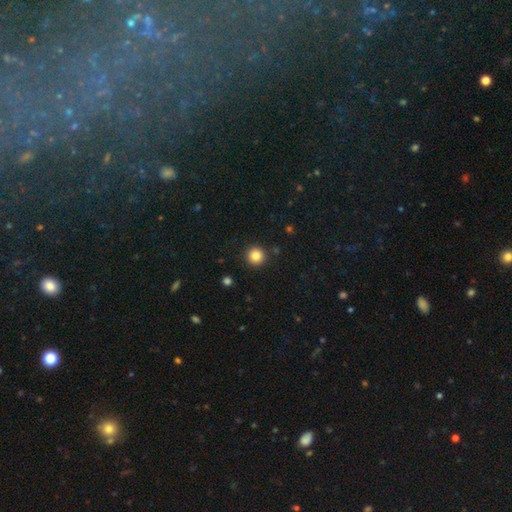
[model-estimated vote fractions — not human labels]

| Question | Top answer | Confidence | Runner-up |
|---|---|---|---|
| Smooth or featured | smooth | 84% | star or artifact (11%) |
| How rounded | round | 95% | in between (4%) |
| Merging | none | 91% | minor disturbance (5%) |